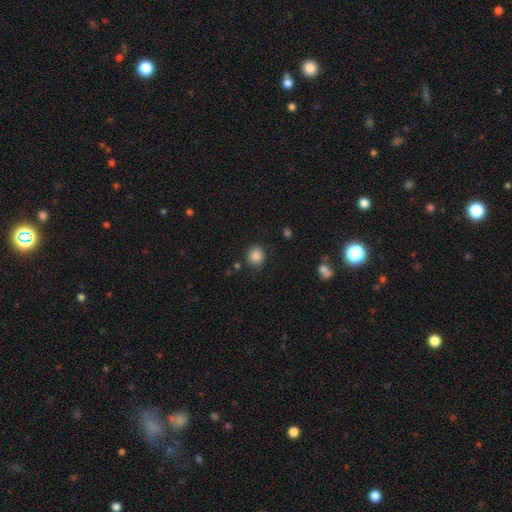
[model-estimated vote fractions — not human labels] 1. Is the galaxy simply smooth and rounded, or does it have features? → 85% smooth, 10% star or artifact, 4% featured or disk.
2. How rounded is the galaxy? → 84% round, 15% in between, 1% cigar-shaped.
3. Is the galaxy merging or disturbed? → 82% none, 12% minor disturbance, 4% major disturbance, 2% merger.